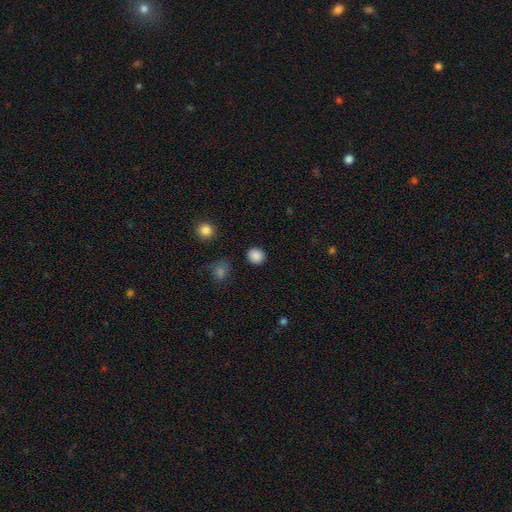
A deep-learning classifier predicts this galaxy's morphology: A smooth galaxy with no disk features (86%) that is round (84%).

Vote fractions:
- Smooth or featured? smooth: 86% / star or artifact: 11% / featured or disk: 3%
- How rounded? round: 84% / in between: 16% / cigar-shaped: 1%
- Merging? none: 89% / minor disturbance: 7% / major disturbance: 2% / merger: 2%